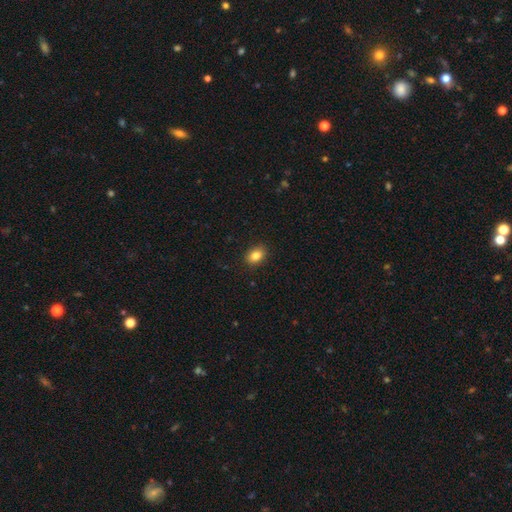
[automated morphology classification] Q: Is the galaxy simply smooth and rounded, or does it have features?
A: smooth — 84%.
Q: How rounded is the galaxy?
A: in between — 77%.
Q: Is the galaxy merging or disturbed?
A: none — 89%.